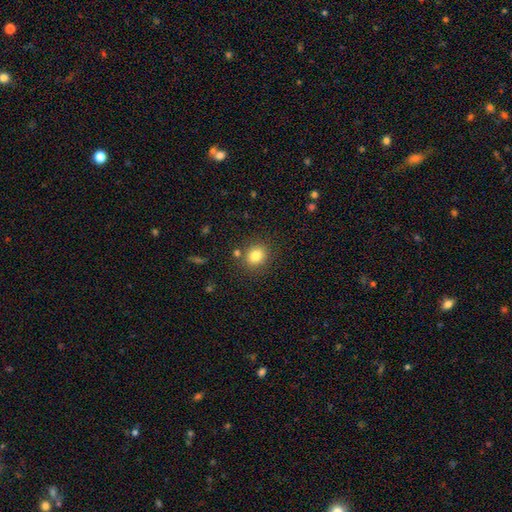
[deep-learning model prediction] This appears to be a smooth galaxy with no disk features (82%) that is round (74%). Merging: none (83%).